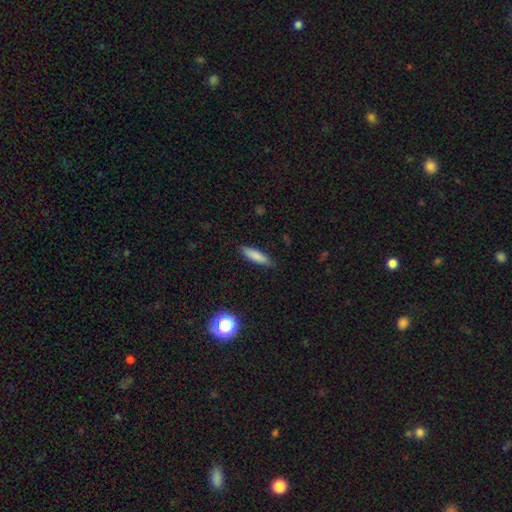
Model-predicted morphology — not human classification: Q: Smooth or featured?
A: smooth (80%); runner-up: featured or disk (12%)
Q: How rounded?
A: cigar-shaped (64%); runner-up: in between (34%)
Q: Merging?
A: none (86%); runner-up: minor disturbance (11%)